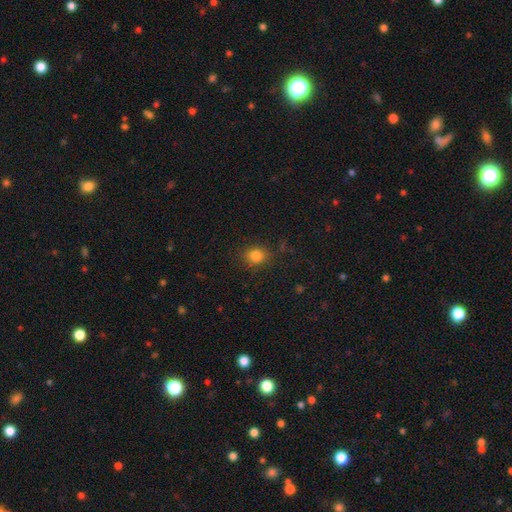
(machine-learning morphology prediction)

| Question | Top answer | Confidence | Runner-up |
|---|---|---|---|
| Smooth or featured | smooth | 82% | star or artifact (13%) |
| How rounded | round | 73% | in between (26%) |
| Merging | none | 85% | minor disturbance (10%) |